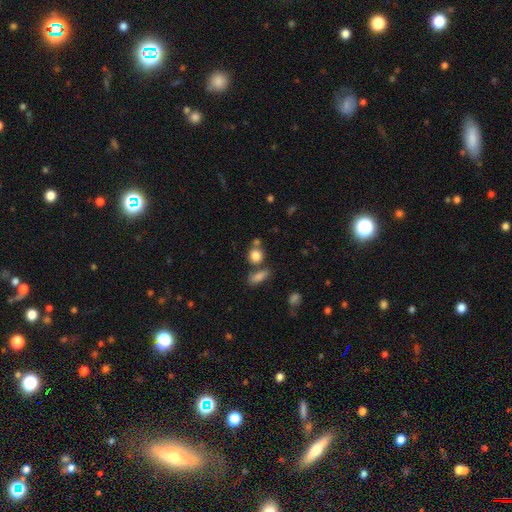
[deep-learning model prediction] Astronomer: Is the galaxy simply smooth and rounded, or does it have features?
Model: smooth — 82%.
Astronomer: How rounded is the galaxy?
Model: round — 74%.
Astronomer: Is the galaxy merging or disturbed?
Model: none — 58%.